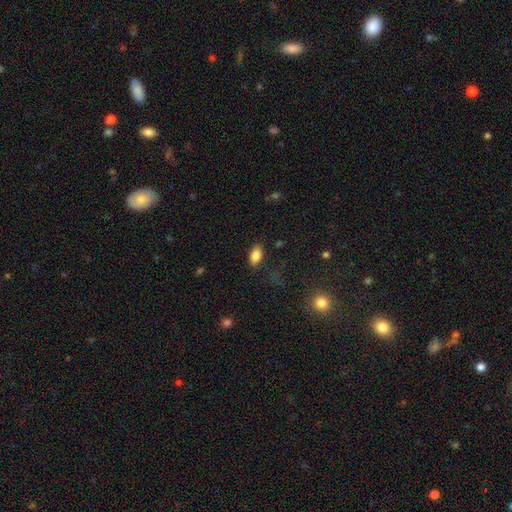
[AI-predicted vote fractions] Smooth or featured? smooth (84%)
How rounded? in between (89%)
Merging? none (84%)